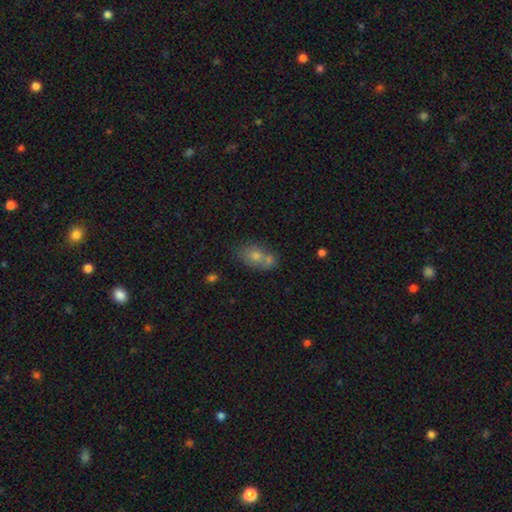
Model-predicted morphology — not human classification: Smooth or featured? smooth (67%)
How rounded? in between (66%)
Merging? merger (44%)